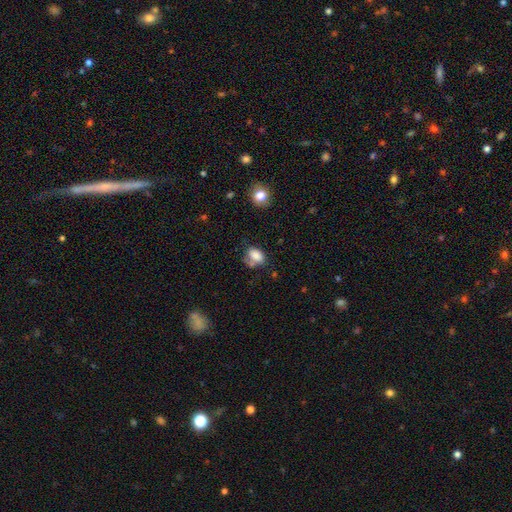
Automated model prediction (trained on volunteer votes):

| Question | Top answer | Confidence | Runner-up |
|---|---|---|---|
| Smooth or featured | smooth | 81% | star or artifact (10%) |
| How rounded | in between | 83% | round (15%) |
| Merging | none | 47% | minor disturbance (25%) |